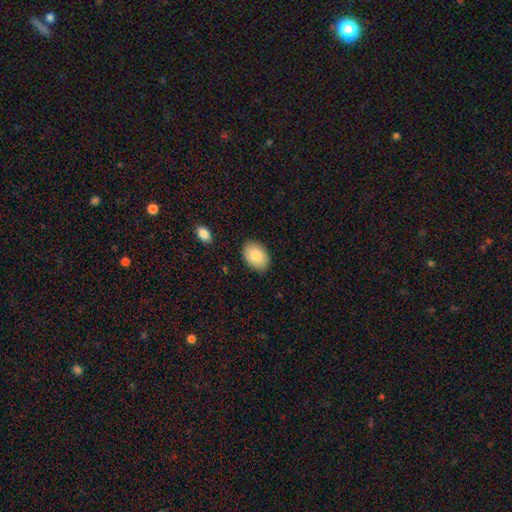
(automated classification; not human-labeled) Q: Smooth or featured?
A: smooth (86%); runner-up: featured or disk (7%)
Q: How rounded?
A: in between (86%); runner-up: round (13%)
Q: Merging?
A: none (86%); runner-up: minor disturbance (11%)